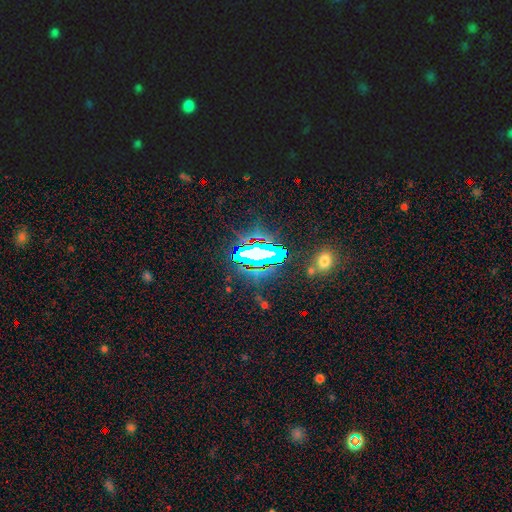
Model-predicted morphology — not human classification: Smooth or featured: star or artifact — 72% (featured or disk — 15%)